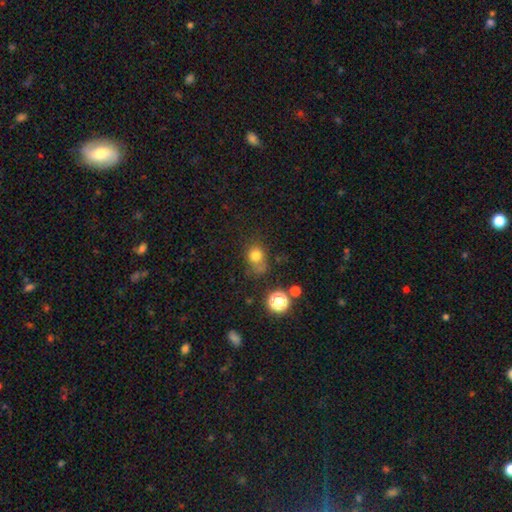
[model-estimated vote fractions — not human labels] Smooth or featured: smooth — 76% (star or artifact — 16%)
How rounded: round — 73% (in between — 26%)
Merging: none — 57% (minor disturbance — 23%)